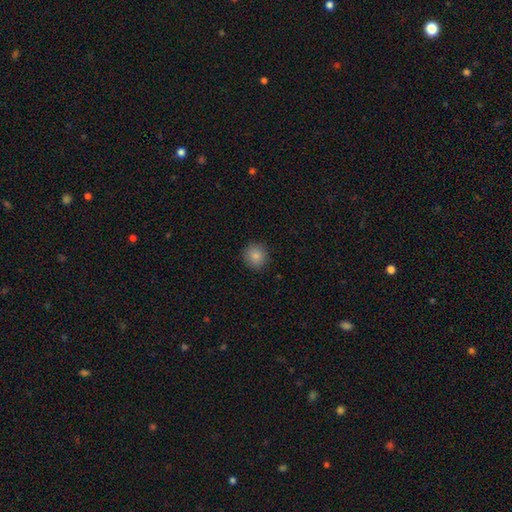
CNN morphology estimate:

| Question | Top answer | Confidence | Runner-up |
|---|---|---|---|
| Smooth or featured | smooth | 85% | star or artifact (10%) |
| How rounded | round | 92% | in between (7%) |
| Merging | none | 90% | minor disturbance (7%) |